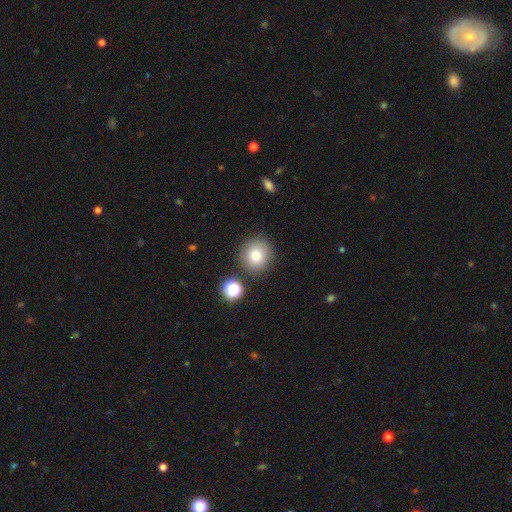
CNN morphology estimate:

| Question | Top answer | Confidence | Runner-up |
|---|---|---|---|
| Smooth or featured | smooth | 77% | star or artifact (13%) |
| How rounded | round | 92% | in between (7%) |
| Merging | none | 85% | minor disturbance (7%) |